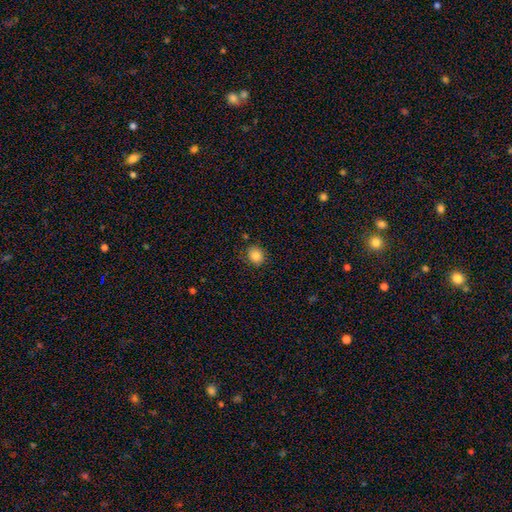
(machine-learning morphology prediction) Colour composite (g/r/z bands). It shows a smooth galaxy with no disk features (84%) that is round (74%). Merging: none (84%).